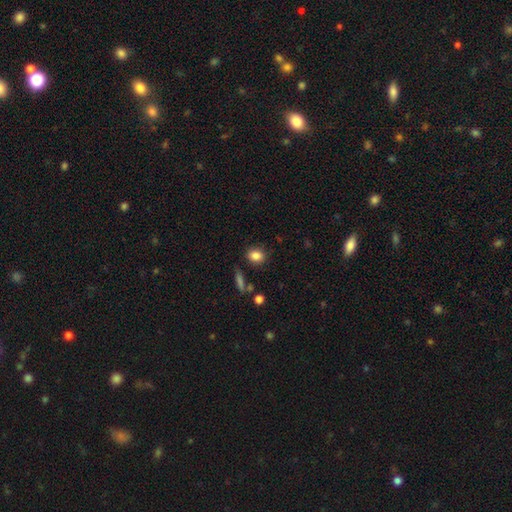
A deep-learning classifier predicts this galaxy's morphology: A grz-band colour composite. It shows a smooth galaxy with no disk features (85%) that is round (51%). Merging: none (84%).